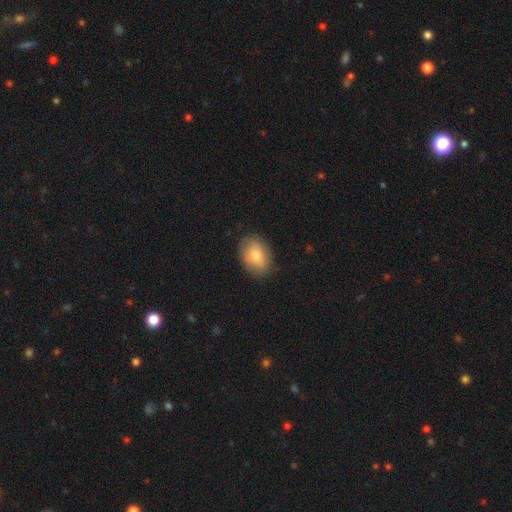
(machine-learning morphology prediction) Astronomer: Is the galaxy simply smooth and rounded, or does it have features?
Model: smooth — 83%.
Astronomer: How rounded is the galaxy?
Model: in between — 78%.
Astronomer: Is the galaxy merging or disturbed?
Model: none — 82%.